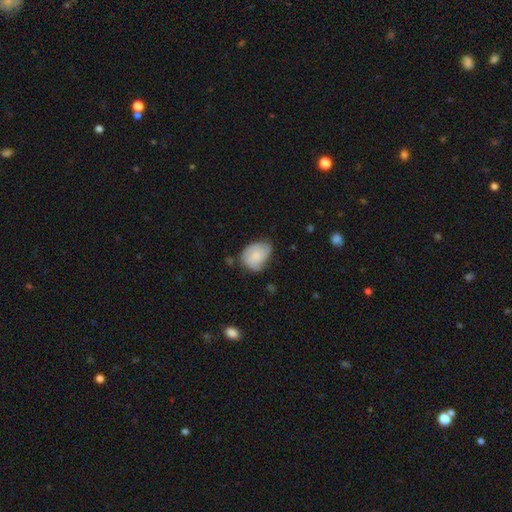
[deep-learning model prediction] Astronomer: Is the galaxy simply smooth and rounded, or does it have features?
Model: smooth — 58% (runner-up: featured or disk, 35%).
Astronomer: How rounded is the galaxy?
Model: in between — 69%.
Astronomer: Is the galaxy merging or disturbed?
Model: none — 50% (runner-up: minor disturbance, 36%).